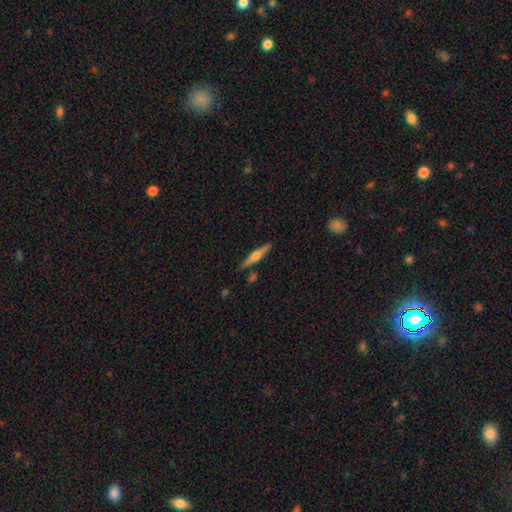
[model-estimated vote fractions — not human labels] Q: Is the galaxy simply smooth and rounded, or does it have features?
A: featured or disk — 63%.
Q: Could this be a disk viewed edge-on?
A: yes — 97%.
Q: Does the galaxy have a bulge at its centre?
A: rounded — 91%.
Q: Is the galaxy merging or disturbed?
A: none — 87%.